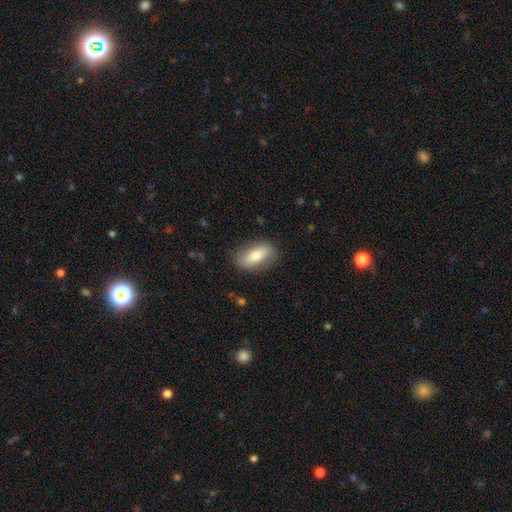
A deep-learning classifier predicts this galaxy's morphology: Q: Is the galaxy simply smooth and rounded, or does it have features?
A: smooth — 68%.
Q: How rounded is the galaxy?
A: in between — 84%.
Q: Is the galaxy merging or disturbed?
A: none — 82%.